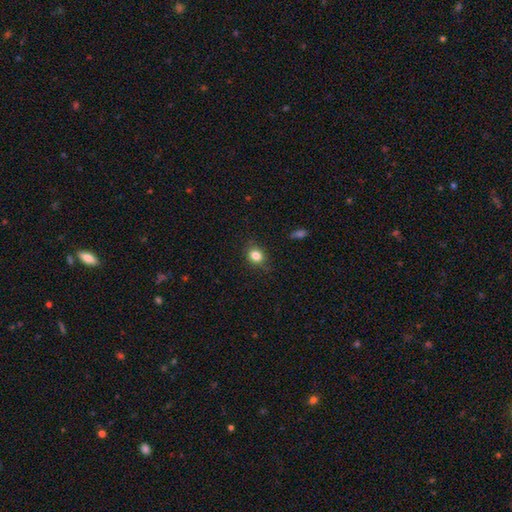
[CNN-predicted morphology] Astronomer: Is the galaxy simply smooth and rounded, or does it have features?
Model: smooth — 82%.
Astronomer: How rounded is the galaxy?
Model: round — 58% (runner-up: in between, 41%).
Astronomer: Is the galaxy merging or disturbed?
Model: none — 80%.